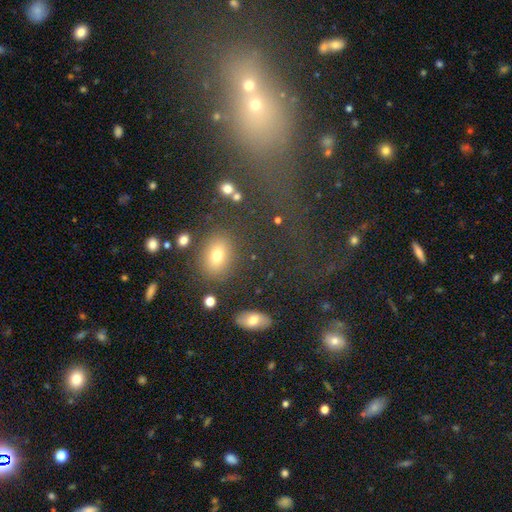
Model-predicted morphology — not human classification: Smooth or featured: smooth — 60% (star or artifact — 28%)
How rounded: in between — 66% (round — 30%)
Merging: none — 64% (merger — 14%)